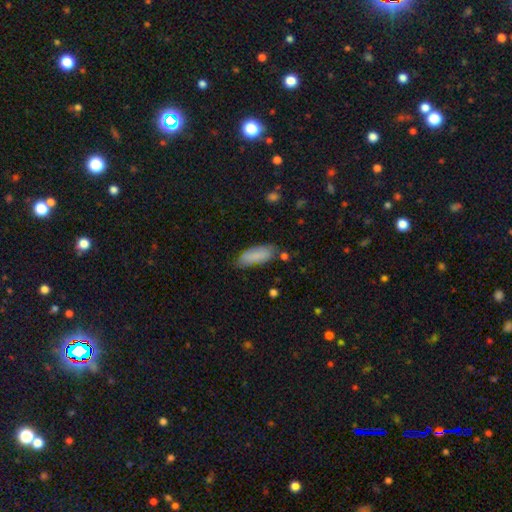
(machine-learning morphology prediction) smooth_or_featured: smooth (p=0.86) [alt: featured or disk p=0.07]
how_rounded: in between (p=0.73) [alt: cigar-shaped p=0.26]
merging: none (p=0.70) [alt: minor disturbance p=0.22]